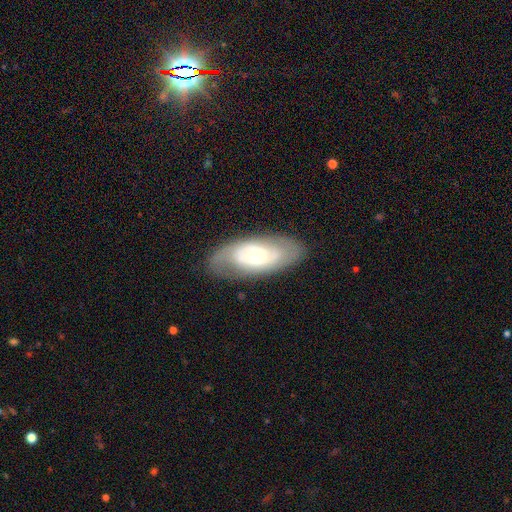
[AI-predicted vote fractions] This is likely a featured or disk galaxy (63%). It is clearly not viewed edge-on (89%). Bar: likely no (67%). Spiral arm pattern: likely yes (74%). Central bulge: possibly moderate (55%). Merging: likely none (79%).